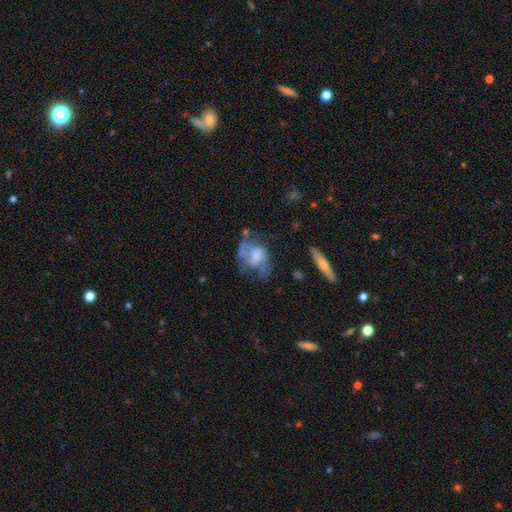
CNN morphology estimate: Smooth or featured? Predicted: featured or disk (p=0.54). Edge-on disk? Predicted: no (p=0.95). Bar? Predicted: no (p=0.60). Spiral arms? Predicted: no (p=0.53). Bulge size? Predicted: moderate (p=0.36). Merging? Predicted: none (p=0.35, tied with major disturbance).